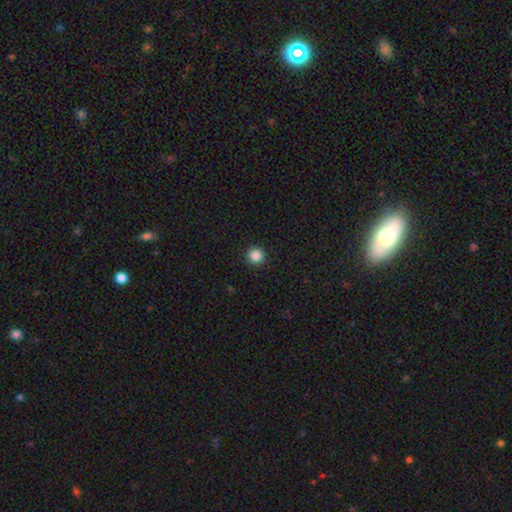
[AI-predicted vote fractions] This is clearly a smooth galaxy (86%). How rounded: clearly round (96%). Merging: clearly none (93%).